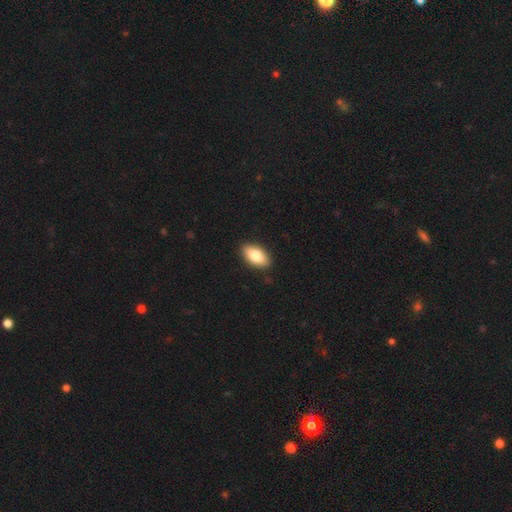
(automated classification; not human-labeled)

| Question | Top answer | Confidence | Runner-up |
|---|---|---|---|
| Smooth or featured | smooth | 81% | featured or disk (13%) |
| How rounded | in between | 92% | cigar-shaped (4%) |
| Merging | none | 90% | minor disturbance (7%) |